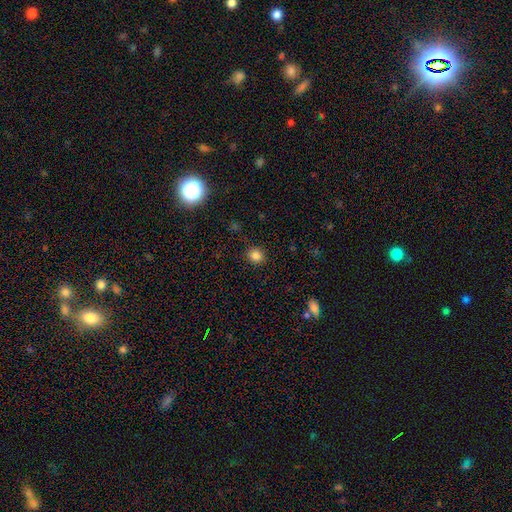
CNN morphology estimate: The model was most divided on "smooth or featured": smooth: 84%, star or artifact: 12%, featured or disk: 4%. More confident: merging — none (91%); how rounded — round (87%).